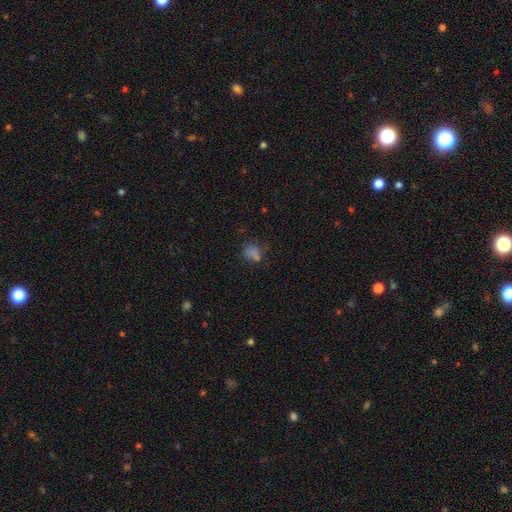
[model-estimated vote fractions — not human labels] smooth 67%, star or artifact 25%, featured or disk 9%. Down the decision tree: how rounded — in between (59%); merging — none (63%).